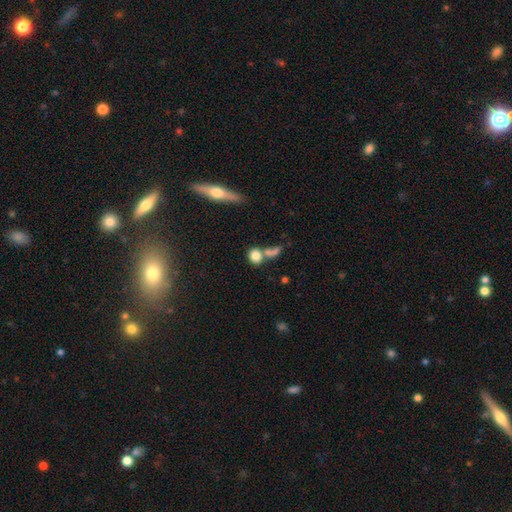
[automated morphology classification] This is likely a smooth galaxy (80%). How rounded: likely round (70%). Merging: marginally none (42%).